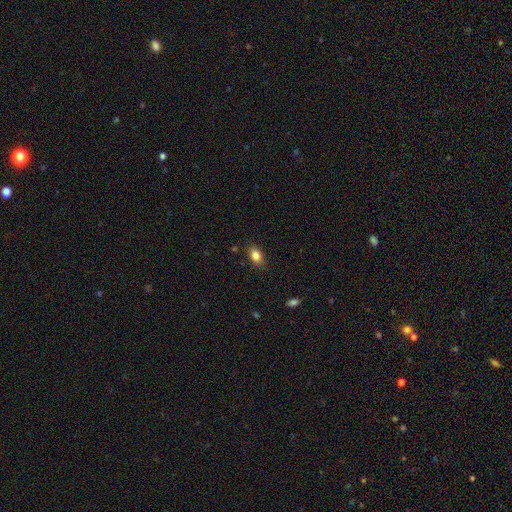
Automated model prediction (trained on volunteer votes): Morphology: type=smooth (84%); roundness=in between (86%); merging=none (84%).